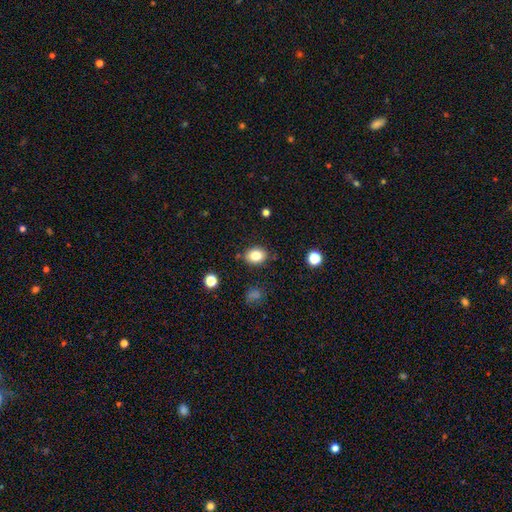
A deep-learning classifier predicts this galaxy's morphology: smooth-or-featured: smooth: 82% | star or artifact: 10% | featured or disk: 8%
  how-rounded: in between: 62% | round: 37% | cigar-shaped: 1%
  merging: none: 84% | minor disturbance: 10% | major disturbance: 3% | merger: 2%